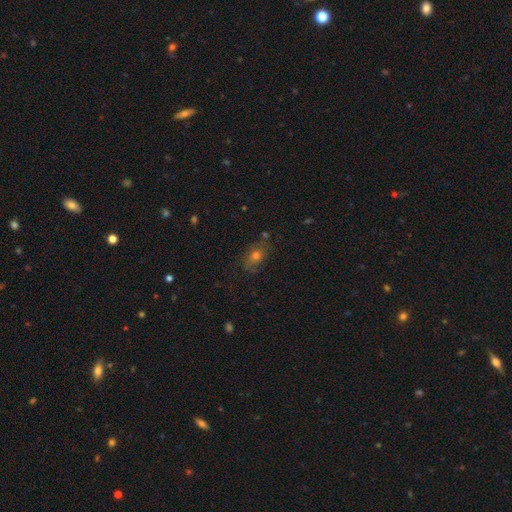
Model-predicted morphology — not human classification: A smooth galaxy with no disk features (51%) that is in between round and cigar-shaped (63%). Merging: none (71%).